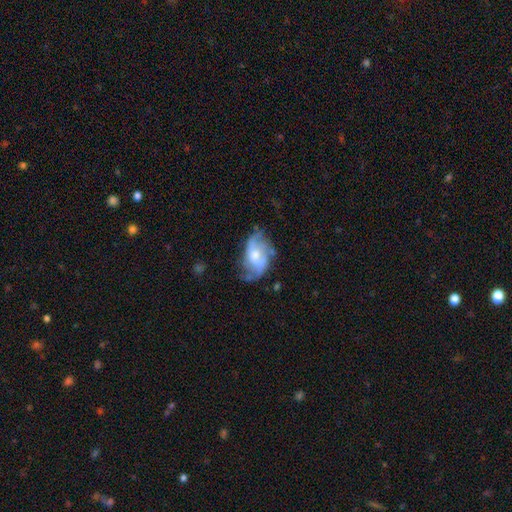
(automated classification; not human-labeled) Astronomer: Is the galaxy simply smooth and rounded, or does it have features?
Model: featured or disk — 65%.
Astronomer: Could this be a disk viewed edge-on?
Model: no — 95%.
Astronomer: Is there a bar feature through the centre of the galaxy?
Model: no — 65%.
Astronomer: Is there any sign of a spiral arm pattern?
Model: yes — 78%.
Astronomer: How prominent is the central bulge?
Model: moderate — 57%.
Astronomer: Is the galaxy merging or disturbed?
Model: none — 50% (runner-up: minor disturbance, 30%).